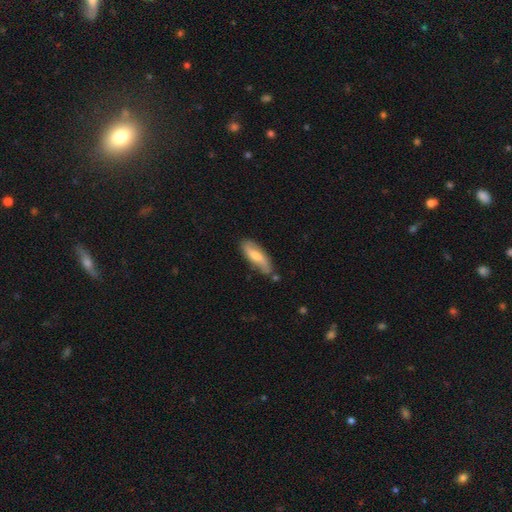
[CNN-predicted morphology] type=featured or disk (48%); merging=none (71%).